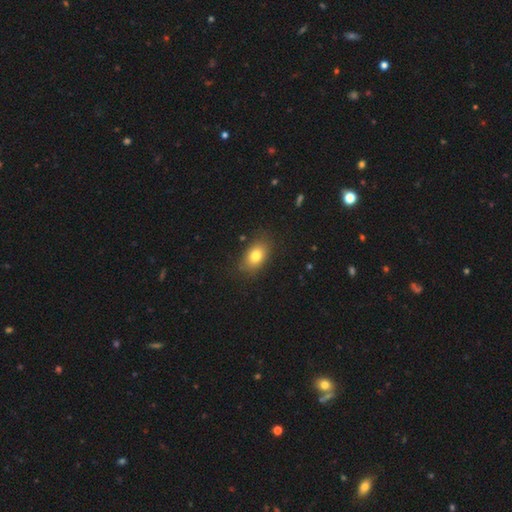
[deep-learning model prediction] Smooth or featured?
  - smooth: 79% *
  - featured or disk: 11%
  - star or artifact: 9%
How rounded?
  - in between: 84% *
  - round: 14%
  - cigar-shaped: 2%
Merging?
  - none: 82% *
  - minor disturbance: 13%
  - major disturbance: 4%
  - merger: 1%